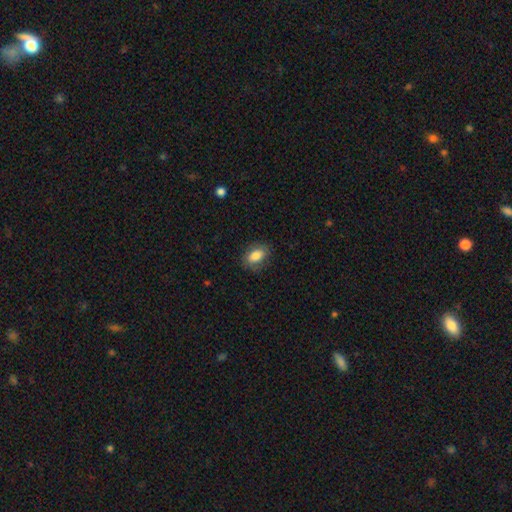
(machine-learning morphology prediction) Smooth or featured?
  - smooth: 82% *
  - featured or disk: 10%
  - star or artifact: 7%
How rounded?
  - in between: 86% *
  - round: 12%
  - cigar-shaped: 3%
Merging?
  - none: 80% *
  - minor disturbance: 14%
  - major disturbance: 4%
  - merger: 1%